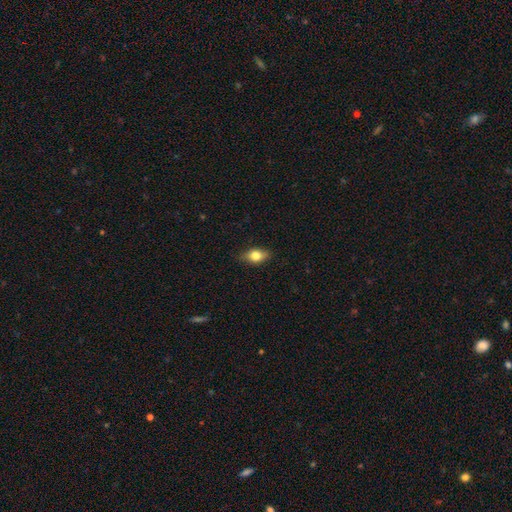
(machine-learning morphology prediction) Smooth or featured?
  - smooth: 72% *
  - featured or disk: 19%
  - star or artifact: 8%
How rounded?
  - in between: 79% *
  - round: 14%
  - cigar-shaped: 7%
Merging?
  - none: 85% *
  - minor disturbance: 12%
  - major disturbance: 2%
  - merger: 1%